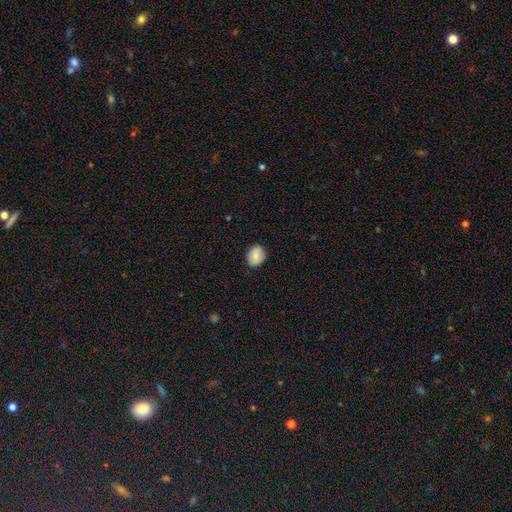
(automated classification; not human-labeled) A smooth galaxy with no disk features (81%) that is round (64%). Merging: none (85%).